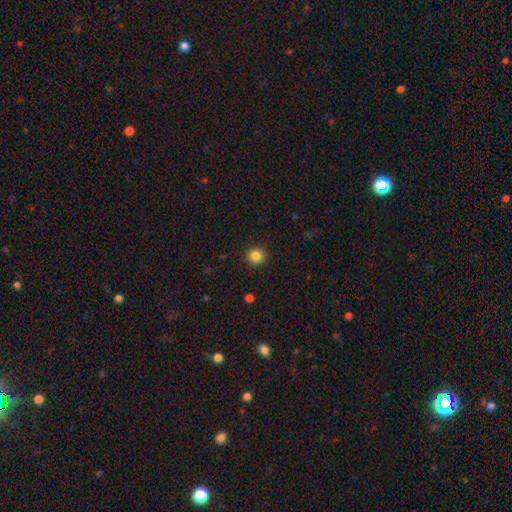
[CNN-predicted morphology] smooth 85%, star or artifact 11%, featured or disk 4%. Down the decision tree: how rounded — round (94%); merging — none (91%).